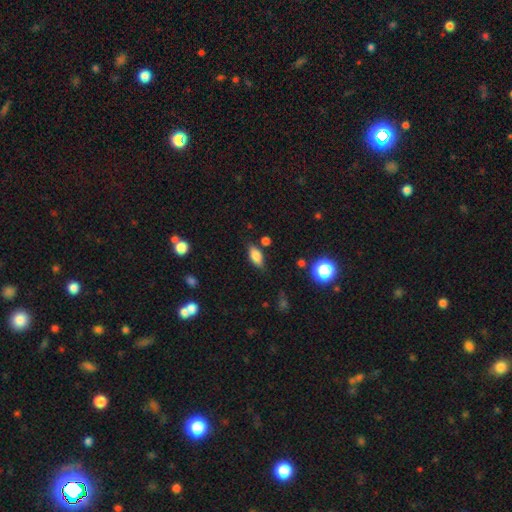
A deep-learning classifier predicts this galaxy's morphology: Smooth or featured: smooth — 81% (featured or disk — 10%)
How rounded: in between — 85% (cigar-shaped — 10%)
Merging: none — 76% (minor disturbance — 16%)